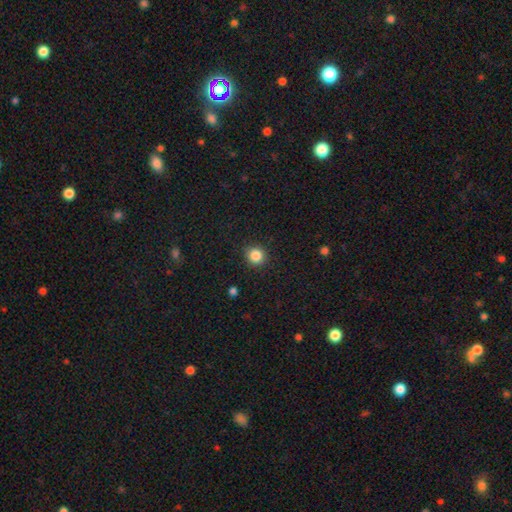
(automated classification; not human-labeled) This is clearly a smooth galaxy (85%). How rounded: clearly round (90%). Merging: clearly none (89%).